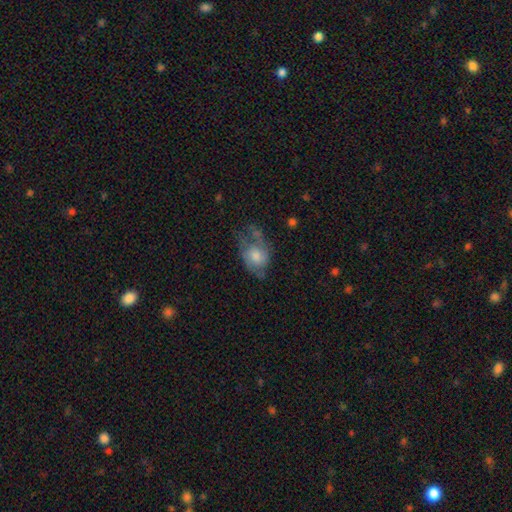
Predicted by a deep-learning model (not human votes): Smooth or featured? featured or disk (47%)
Merging? none (37%)